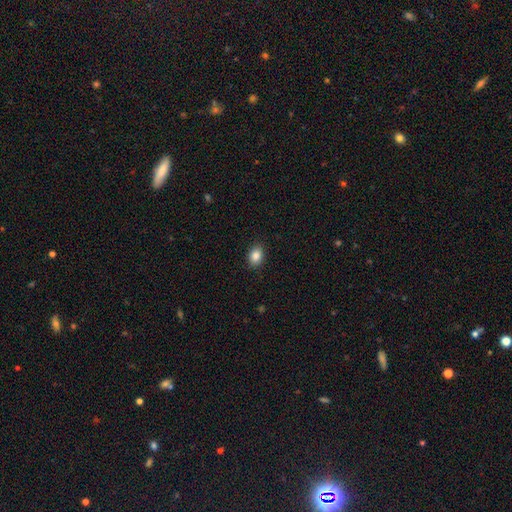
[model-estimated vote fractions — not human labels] Q: Smooth or featured?
A: smooth (87%); runner-up: star or artifact (9%)
Q: How rounded?
A: in between (72%); runner-up: round (27%)
Q: Merging?
A: none (89%); runner-up: minor disturbance (8%)